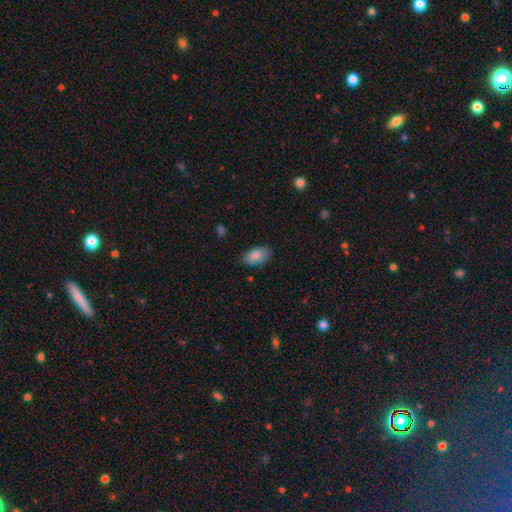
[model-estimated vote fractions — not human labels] Q: Smooth or featured?
A: smooth (86%); runner-up: featured or disk (8%)
Q: How rounded?
A: in between (94%); runner-up: round (4%)
Q: Merging?
A: none (80%); runner-up: minor disturbance (16%)